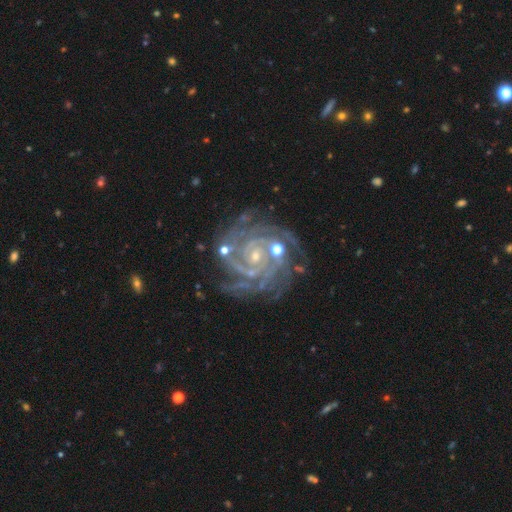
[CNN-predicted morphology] Smooth or featured: featured or disk — 91% (star or artifact — 6%)
Edge-on disk: no — 98% (yes — 2%)
Bar: no — 62% (weak — 26%)
Spiral arms: yes — 98% (no — 2%)
Spiral winding: tight — 78% (medium — 20%)
Spiral arm count: 4 — 29% (3 — 20%)
Bulge size: small — 74% (moderate — 20%)
Merging: none — 69% (minor disturbance — 17%)